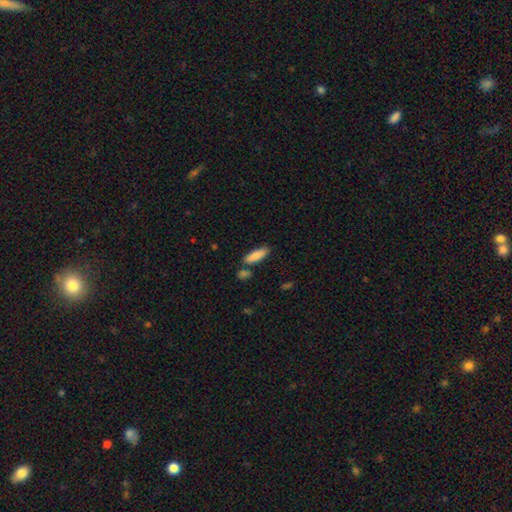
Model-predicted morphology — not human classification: This appears to be a smooth galaxy with no disk features (85%) that is cigar-shaped (50%). Merging: none (76%).